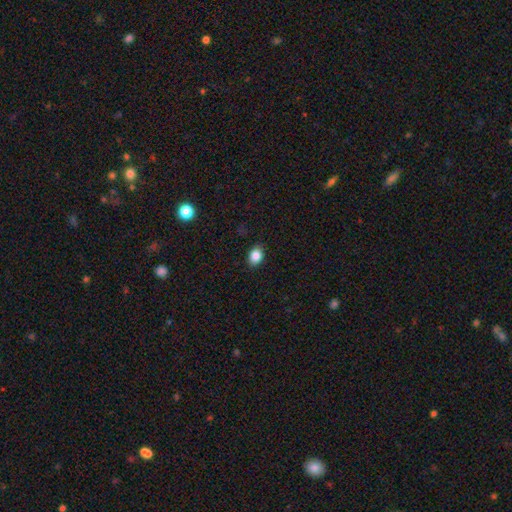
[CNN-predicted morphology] Smooth or featured?
  - smooth: 86% *
  - star or artifact: 9%
  - featured or disk: 5%
How rounded?
  - in between: 66% *
  - round: 33%
  - cigar-shaped: 1%
Merging?
  - none: 88% *
  - minor disturbance: 9%
  - major disturbance: 2%
  - merger: 1%